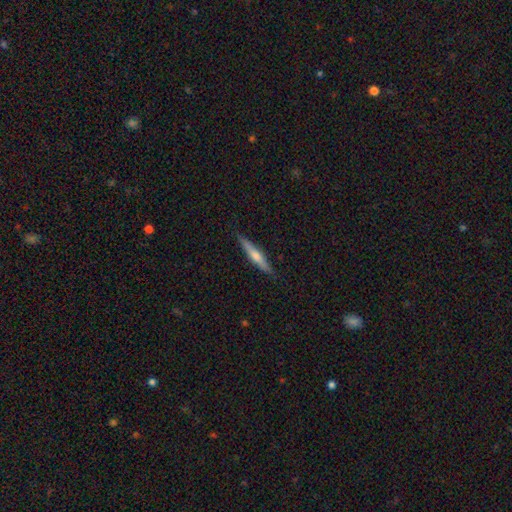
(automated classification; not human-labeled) This appears to be a featured or disk galaxy (49%). Merging: none (89%).